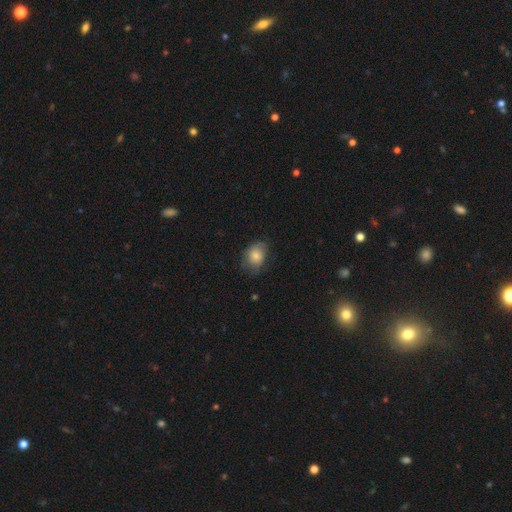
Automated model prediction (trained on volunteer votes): Overall: smooth (81%). How rounded: in between (68%; round 31%). Merging: none (63%; minor disturbance 27%).